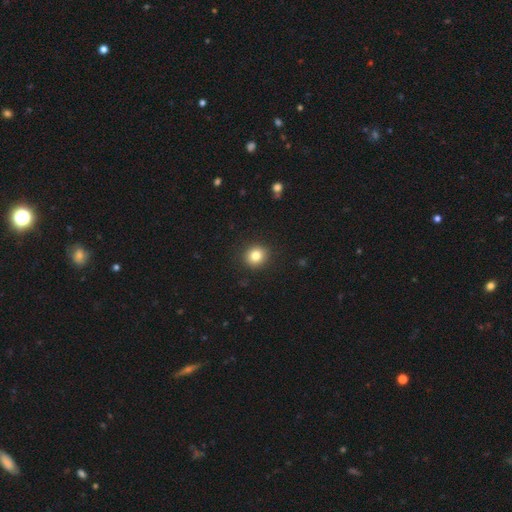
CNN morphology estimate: This appears to be a smooth galaxy with no disk features (83%) that is round (86%). Merging: none (91%).